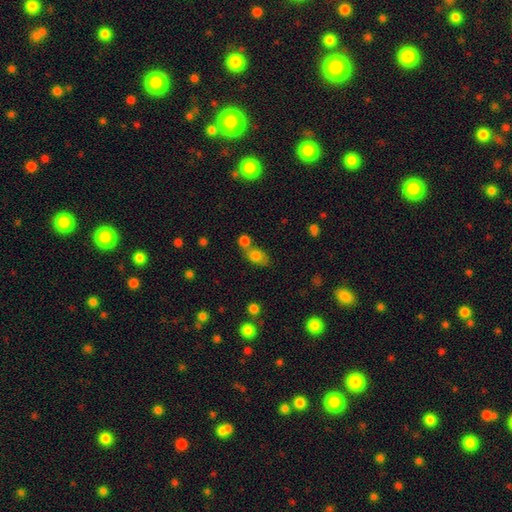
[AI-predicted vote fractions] Smooth or featured?
  - smooth: 77% *
  - featured or disk: 12%
  - star or artifact: 11%
How rounded?
  - in between: 71% *
  - round: 26%
  - cigar-shaped: 3%
Merging?
  - none: 44% *
  - merger: 39%
  - minor disturbance: 12%
  - major disturbance: 5%